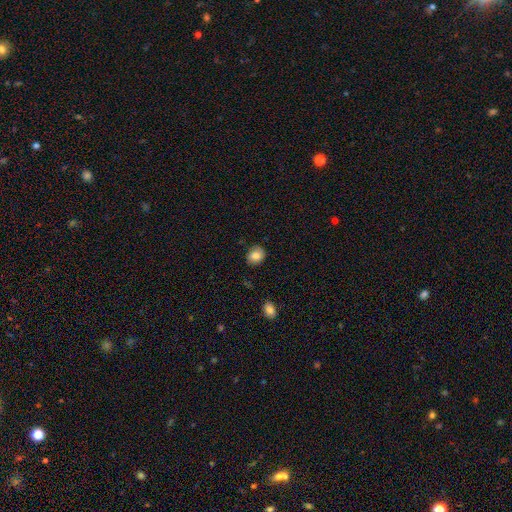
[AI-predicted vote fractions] This is clearly a smooth galaxy (82%). How rounded: likely round (66%). Merging: clearly none (83%).